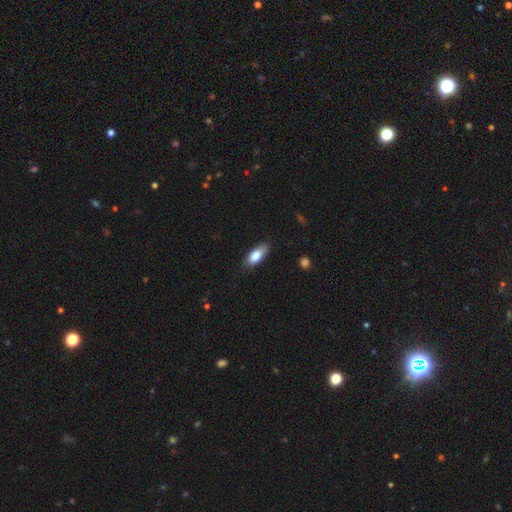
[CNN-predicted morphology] smooth_or_featured: smooth (p=0.80) [alt: featured or disk p=0.13]
how_rounded: in between (p=0.82) [alt: cigar-shaped p=0.16]
merging: none (p=0.76) [alt: minor disturbance p=0.20]